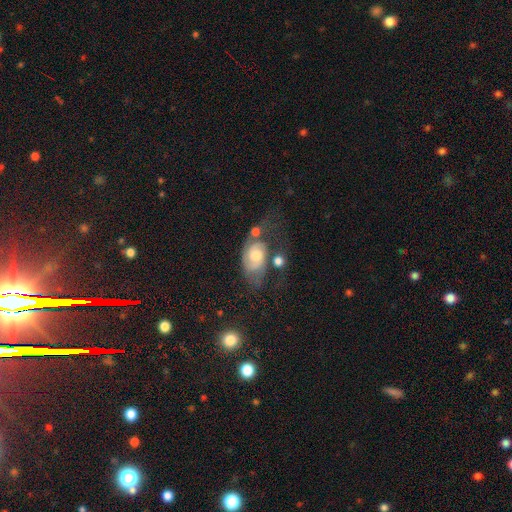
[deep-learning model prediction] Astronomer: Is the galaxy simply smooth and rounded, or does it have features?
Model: featured or disk — 68%.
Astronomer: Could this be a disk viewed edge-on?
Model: no — 96%.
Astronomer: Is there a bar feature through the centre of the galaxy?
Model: no — 65%.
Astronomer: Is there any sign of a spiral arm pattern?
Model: yes — 87%.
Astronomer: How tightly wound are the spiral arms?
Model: tight — 43% (runner-up: medium, 40%).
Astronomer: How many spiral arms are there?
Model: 2 — 67%.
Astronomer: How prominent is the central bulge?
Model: moderate — 63%.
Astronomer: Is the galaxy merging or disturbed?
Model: none — 35% (runner-up: major disturbance, 26%).